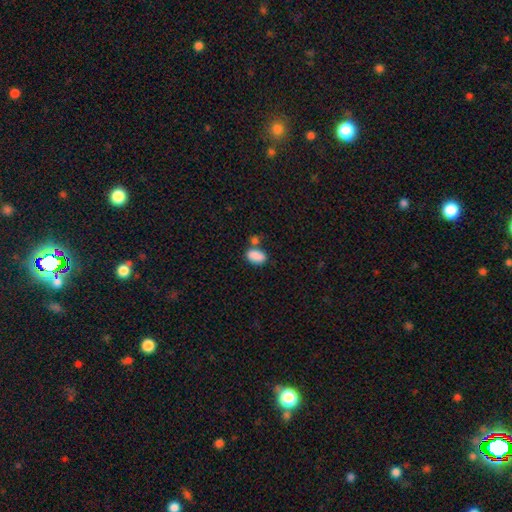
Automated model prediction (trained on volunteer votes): Smooth or featured? smooth (87%)
How rounded? in between (91%)
Merging? none (55%)